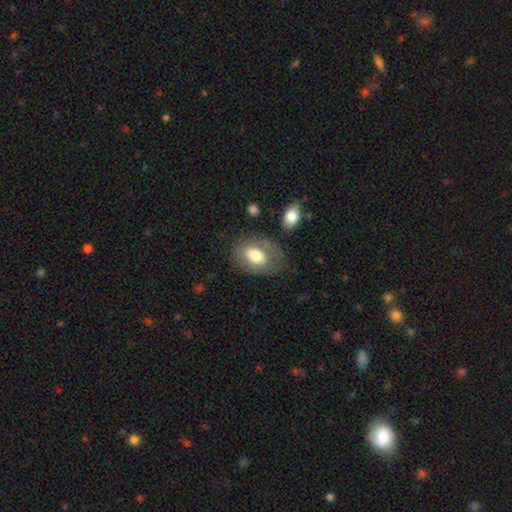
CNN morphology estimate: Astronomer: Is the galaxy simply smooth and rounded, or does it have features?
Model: smooth — 67%.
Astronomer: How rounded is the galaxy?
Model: in between — 80%.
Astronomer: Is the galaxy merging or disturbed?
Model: none — 66%.